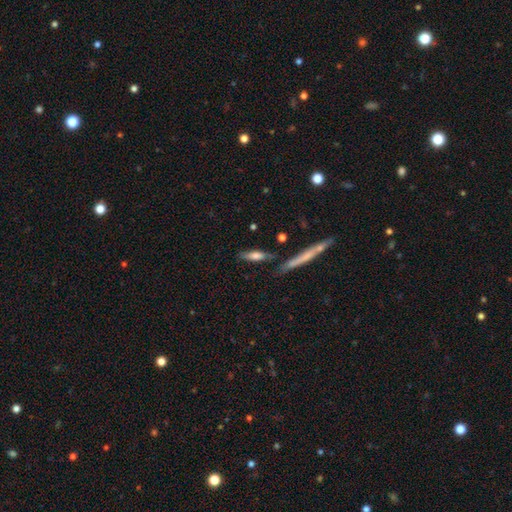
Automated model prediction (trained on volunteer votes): A smooth galaxy with no disk features (69%) that is cigar-shaped (61%).

Vote fractions:
- Smooth or featured? smooth: 69% / featured or disk: 24% / star or artifact: 7%
- How rounded? cigar-shaped: 61% / in between: 37% / round: 2%
- Merging? none: 65% / minor disturbance: 19% / merger: 10% / major disturbance: 6%